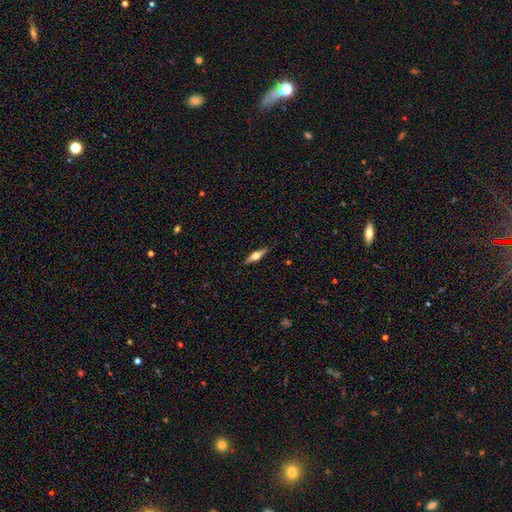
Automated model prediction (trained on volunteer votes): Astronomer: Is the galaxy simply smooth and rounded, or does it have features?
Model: featured or disk — 57% (runner-up: smooth, 37%).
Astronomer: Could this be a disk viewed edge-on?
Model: yes — 95%.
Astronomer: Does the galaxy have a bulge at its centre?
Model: rounded — 94%.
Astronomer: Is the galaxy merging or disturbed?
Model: none — 89%.